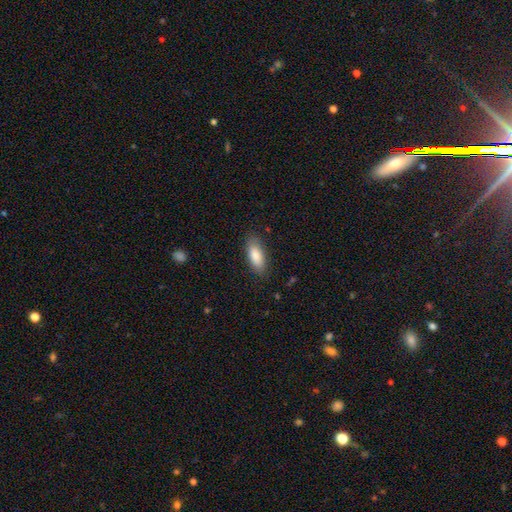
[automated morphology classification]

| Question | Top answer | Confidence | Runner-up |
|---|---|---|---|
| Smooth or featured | smooth | 86% | featured or disk (8%) |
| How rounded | in between | 79% | cigar-shaped (19%) |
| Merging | none | 84% | minor disturbance (12%) |